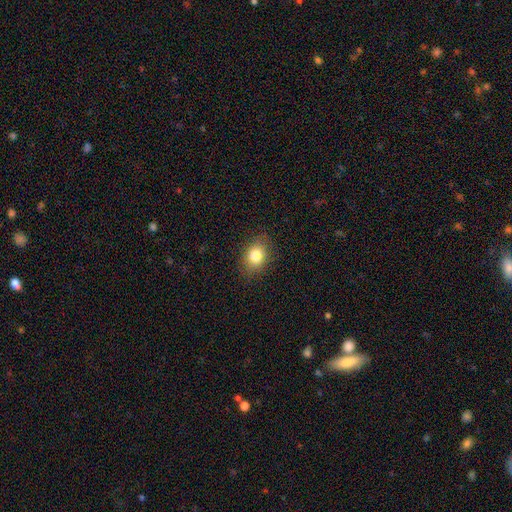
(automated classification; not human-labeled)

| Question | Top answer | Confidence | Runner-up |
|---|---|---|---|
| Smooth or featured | smooth | 81% | star or artifact (10%) |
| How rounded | in between | 66% | round (33%) |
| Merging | none | 84% | minor disturbance (12%) |